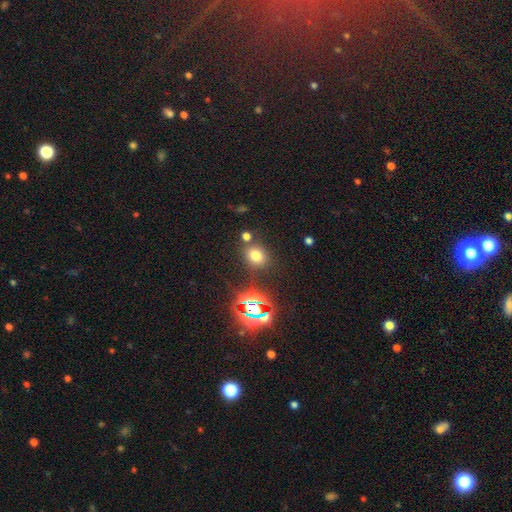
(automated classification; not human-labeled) This is likely a smooth galaxy (69%). How rounded: possibly round (59%). Merging: likely none (75%).